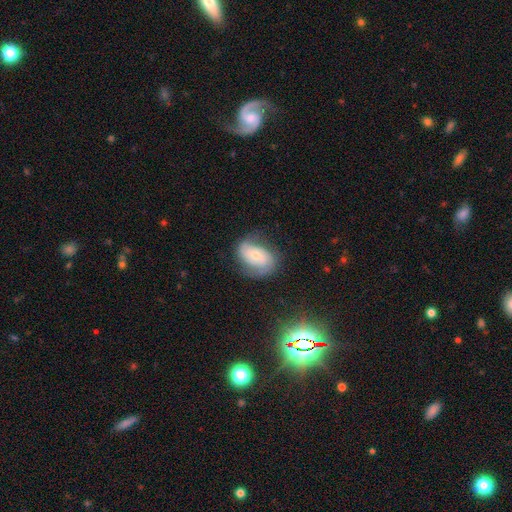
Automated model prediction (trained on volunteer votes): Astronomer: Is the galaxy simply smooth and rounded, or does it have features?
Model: featured or disk — 63%.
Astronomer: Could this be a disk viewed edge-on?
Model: no — 96%.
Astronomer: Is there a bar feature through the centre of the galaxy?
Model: no — 61%.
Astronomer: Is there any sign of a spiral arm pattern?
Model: yes — 87%.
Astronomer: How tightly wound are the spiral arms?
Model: medium — 40% (runner-up: tight, 38%).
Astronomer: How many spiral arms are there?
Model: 2 — 72%.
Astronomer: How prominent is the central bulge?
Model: small — 47% (runner-up: moderate, 46%).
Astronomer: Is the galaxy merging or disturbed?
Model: none — 64%.